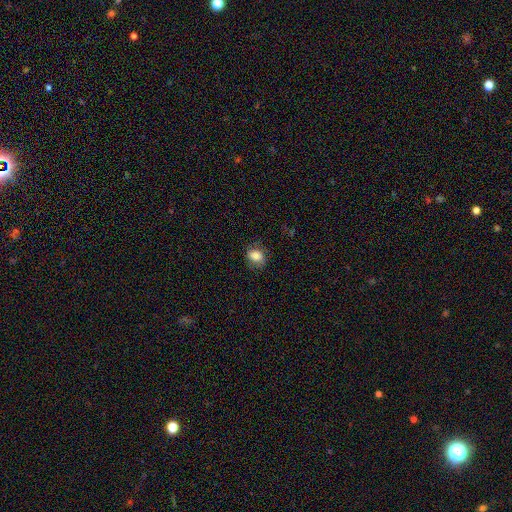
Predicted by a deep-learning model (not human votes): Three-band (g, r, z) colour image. It shows a smooth galaxy with no disk features (81%) that is in between round and cigar-shaped (58%). Merging: none (74%).